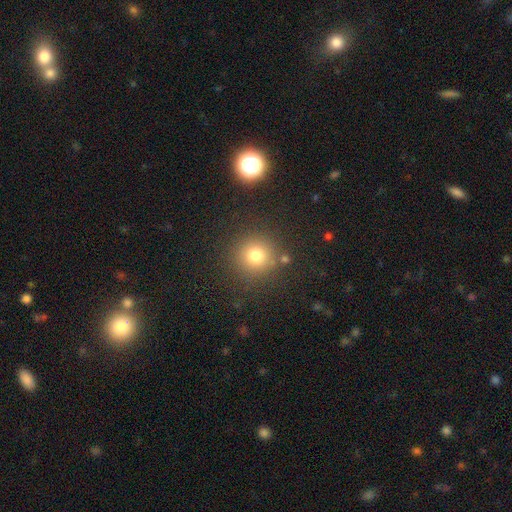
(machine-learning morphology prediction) Smooth or featured? Predicted: smooth (p=0.77). How rounded? Predicted: round (p=0.93). Merging? Predicted: none (p=0.83).